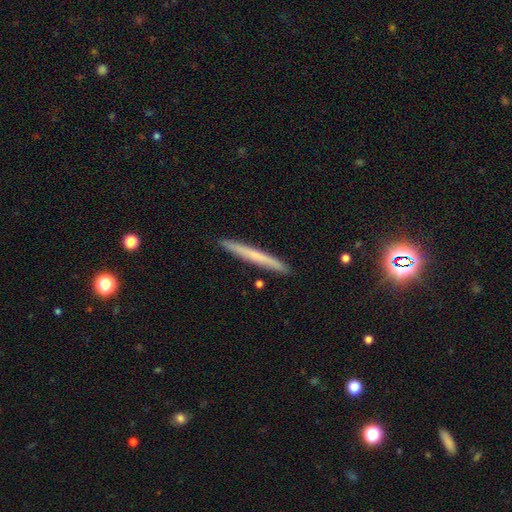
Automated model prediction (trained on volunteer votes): smooth 55%, featured or disk 39%, star or artifact 6%. Down the decision tree: how rounded — cigar-shaped (97%); merging — none (92%).